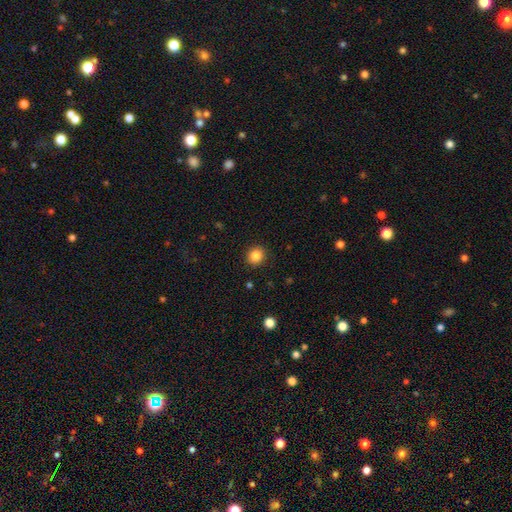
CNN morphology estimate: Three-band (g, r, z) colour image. It shows a smooth galaxy with no disk features (86%) that is round (88%). Merging: none (91%).